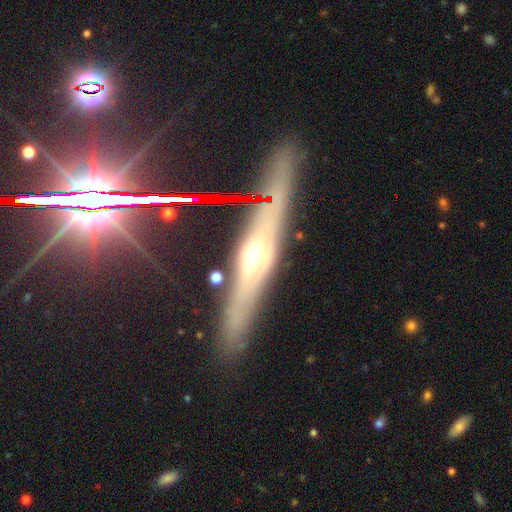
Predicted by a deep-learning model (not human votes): Smooth or featured?
  - featured or disk: 66% *
  - smooth: 23%
  - star or artifact: 11%
Edge-on disk?
  - yes: 88% *
  - no: 12%
Edge-on bulge?
  - rounded: 86% *
  - none: 9%
  - boxy: 5%
Merging?
  - none: 85% *
  - minor disturbance: 10%
  - major disturbance: 2%
  - merger: 2%